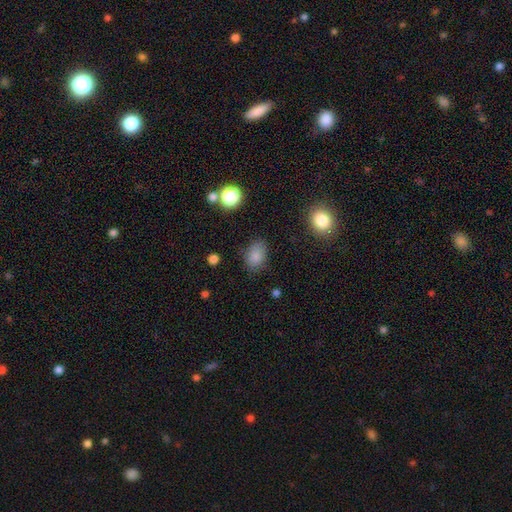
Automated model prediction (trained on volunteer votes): smooth 83%, star or artifact 11%, featured or disk 7%. Down the decision tree: how rounded — in between (77%); merging — none (77%).